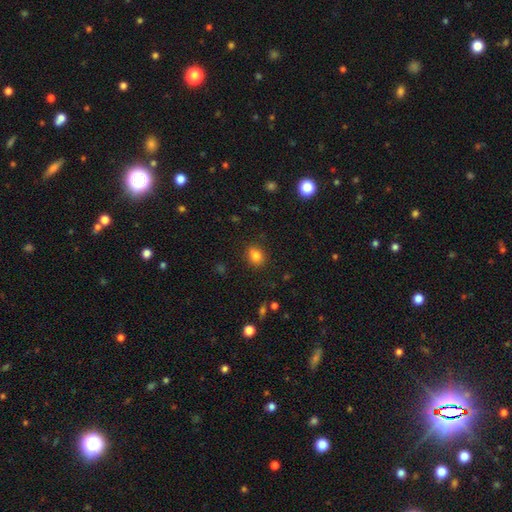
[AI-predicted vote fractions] smooth_or_featured: smooth (p=0.81) [alt: star or artifact p=0.12]
how_rounded: in between (p=0.55) [alt: round p=0.44]
merging: none (p=0.83) [alt: minor disturbance p=0.11]